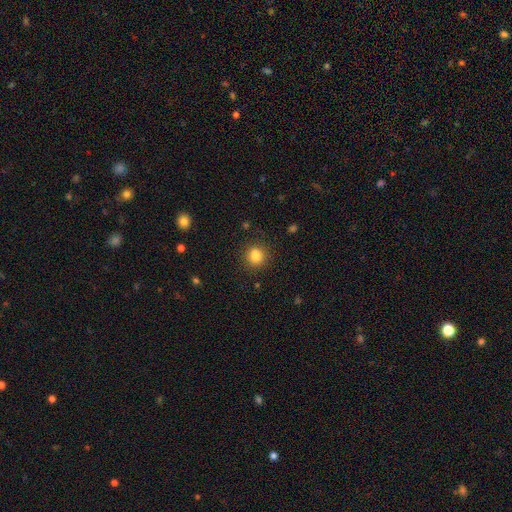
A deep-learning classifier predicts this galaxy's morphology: A smooth galaxy with no disk features (81%) that is round (79%). Merging: none (76%).